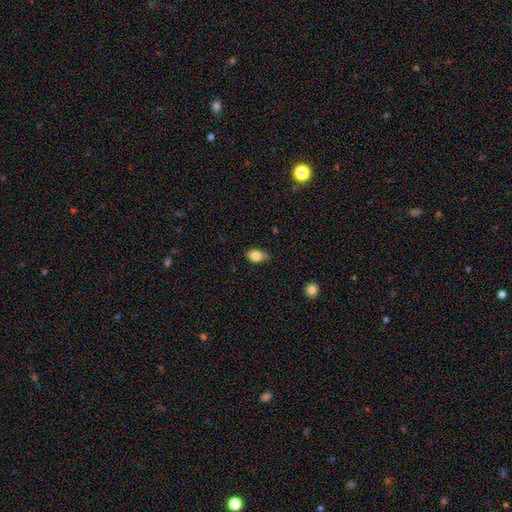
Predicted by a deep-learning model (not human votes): Smooth or featured? smooth (81%)
How rounded? in between (83%)
Merging? none (68%)